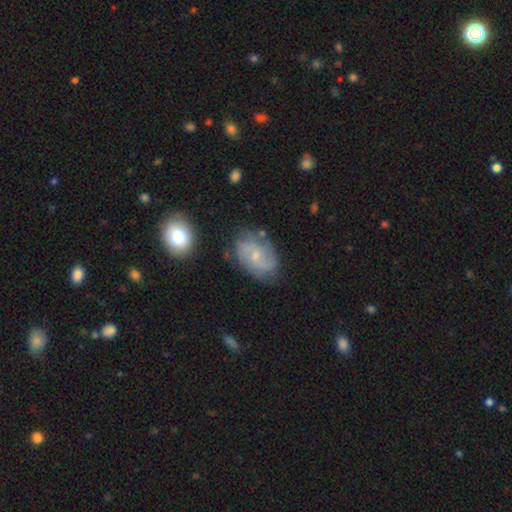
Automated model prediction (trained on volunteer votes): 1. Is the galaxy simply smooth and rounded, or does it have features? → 65% featured or disk, 27% smooth, 8% star or artifact.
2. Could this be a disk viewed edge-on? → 97% no, 3% yes.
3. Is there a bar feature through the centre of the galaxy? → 61% no, 34% weak, 5% strong.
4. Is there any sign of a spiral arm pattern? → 88% yes, 12% no.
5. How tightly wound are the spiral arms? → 45% medium, 30% tight, 24% loose.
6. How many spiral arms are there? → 65% 2, 20% can't tell, 7% 3, 3% 1, 3% 4, 2% more than 4.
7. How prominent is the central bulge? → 72% small, 23% moderate, 3% none, 1% large, 1% dominant.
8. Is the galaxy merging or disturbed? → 72% none, 19% minor disturbance, 6% major disturbance, 3% merger.